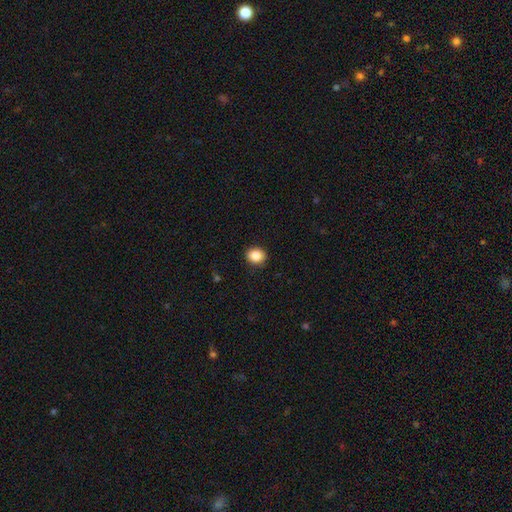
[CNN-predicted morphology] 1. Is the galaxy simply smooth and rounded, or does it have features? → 87% smooth, 9% star or artifact, 4% featured or disk.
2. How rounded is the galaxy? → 60% round, 39% in between, 1% cigar-shaped.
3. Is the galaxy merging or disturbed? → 90% none, 7% minor disturbance, 2% major disturbance, 1% merger.